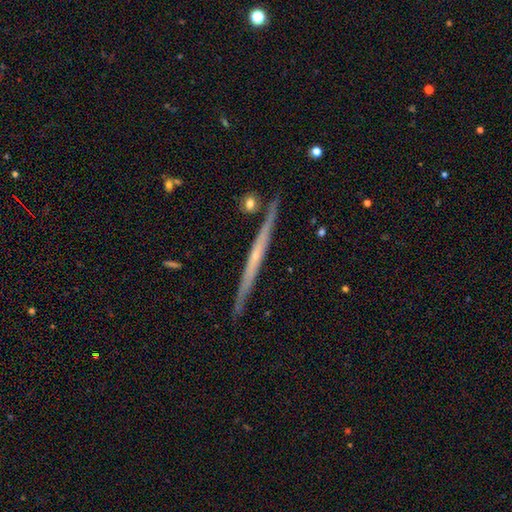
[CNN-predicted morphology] A featured or disk galaxy (68%) viewed edge-on (97%) with no central bulge (77%). Merging: none (89%).